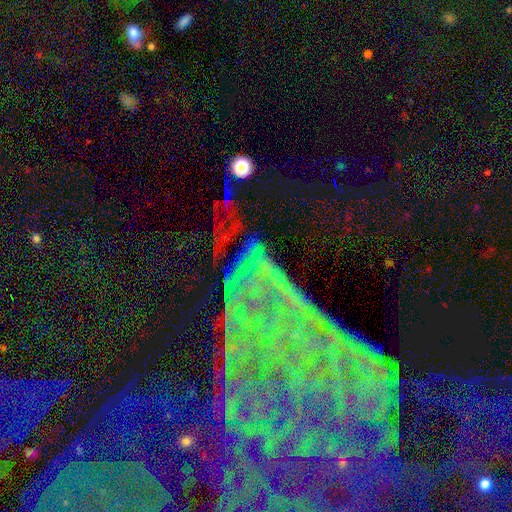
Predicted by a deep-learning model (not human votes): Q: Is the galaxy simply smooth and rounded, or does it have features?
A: star or artifact — 66%.